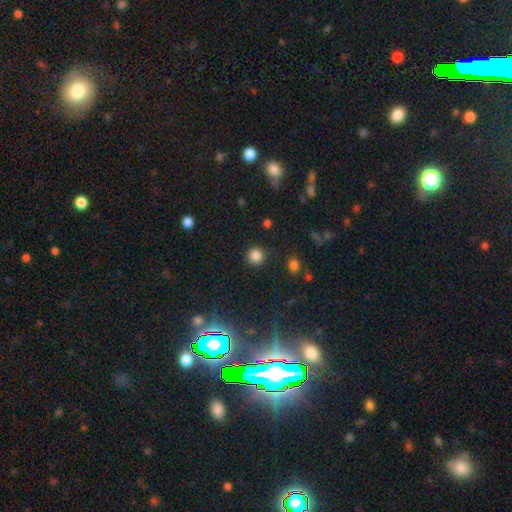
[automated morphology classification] smooth-or-featured: smooth: 82% | star or artifact: 14% | featured or disk: 4%
  how-rounded: round: 94% | in between: 5% | cigar-shaped: 1%
  merging: none: 89% | minor disturbance: 7% | major disturbance: 3% | merger: 2%